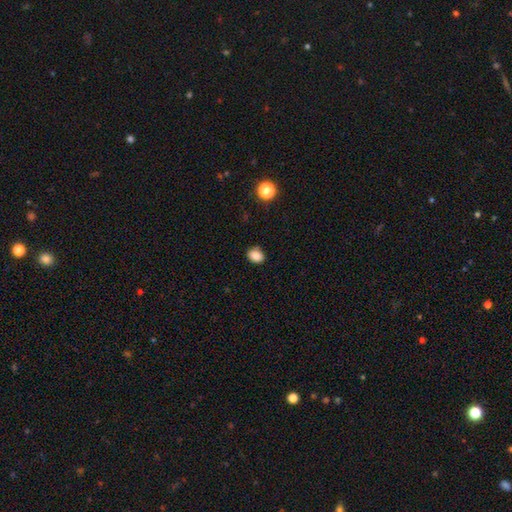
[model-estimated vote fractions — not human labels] Smooth or featured: smooth — 86% (star or artifact — 10%)
How rounded: in between — 56% (round — 43%)
Merging: none — 82% (minor disturbance — 14%)